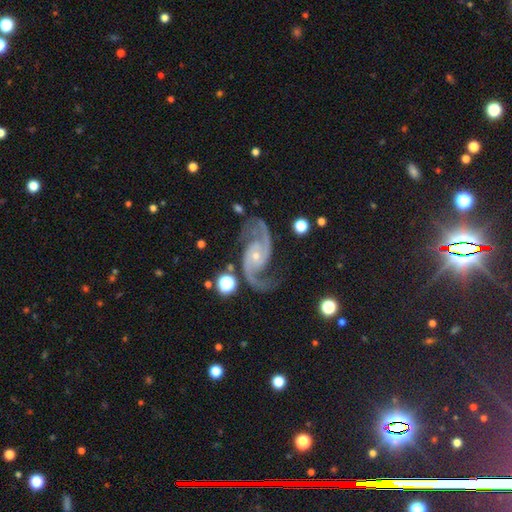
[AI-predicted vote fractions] Morphology: type=featured or disk (93%); edge-on=no (98%); bar=no (64%); spiral arms=yes (98%); winding=medium (54%); arm count=2 (93%); bulge=small (70%); merging=none (74%).